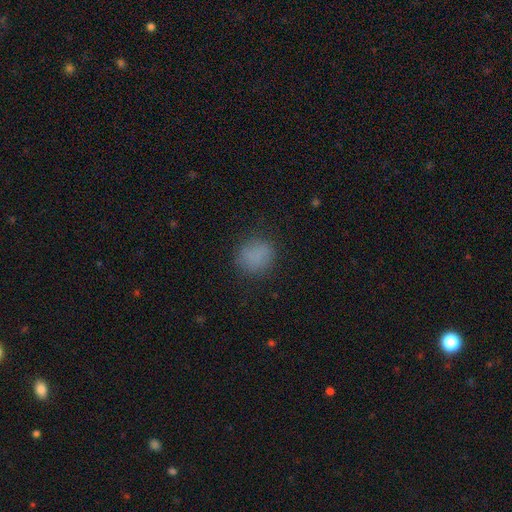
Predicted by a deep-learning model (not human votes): smooth 82%, star or artifact 12%, featured or disk 6%. Down the decision tree: how rounded — round (76%); merging — none (81%).